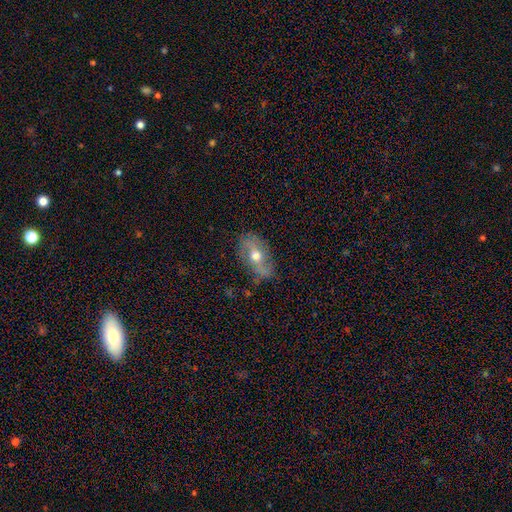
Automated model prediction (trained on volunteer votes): Overall: featured or disk (59%; smooth 31%). Edge-on disk: no (85%). Bar: no (54%; weak 29%). Spiral arms: yes (64%; no 36%). Bulge size: moderate (77%). Merging: none (72%).